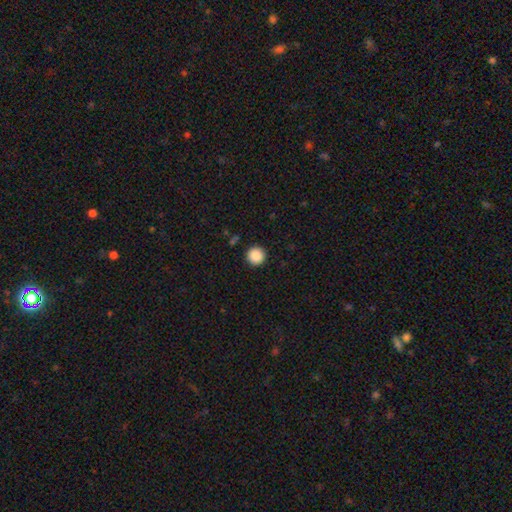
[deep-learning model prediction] Overall: smooth (89%). How rounded: round (96%). Merging: none (93%).